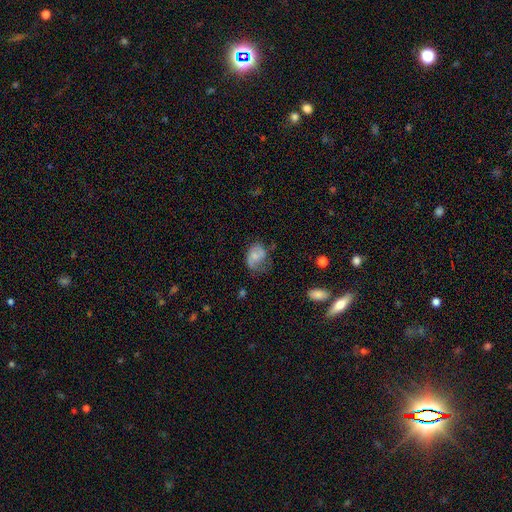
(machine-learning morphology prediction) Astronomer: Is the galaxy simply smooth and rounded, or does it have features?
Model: featured or disk — 48% (runner-up: smooth, 43%).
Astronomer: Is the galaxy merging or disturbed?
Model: none — 43% (runner-up: minor disturbance, 31%).